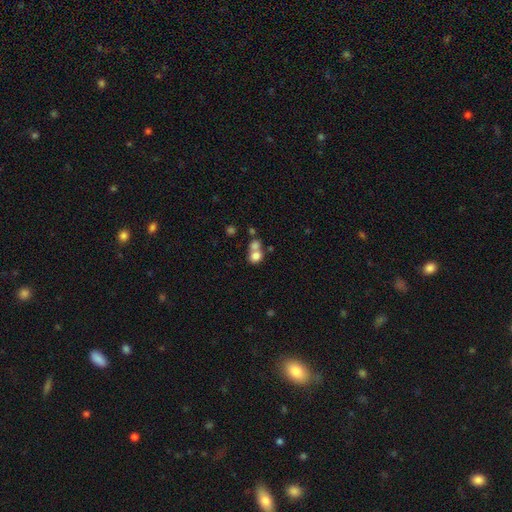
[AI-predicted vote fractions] smooth-or-featured: smooth: 76% | featured or disk: 12% | star or artifact: 11%
  how-rounded: round: 66% | in between: 33% | cigar-shaped: 1%
  merging: merger: 56% | none: 32% | minor disturbance: 8% | major disturbance: 5%